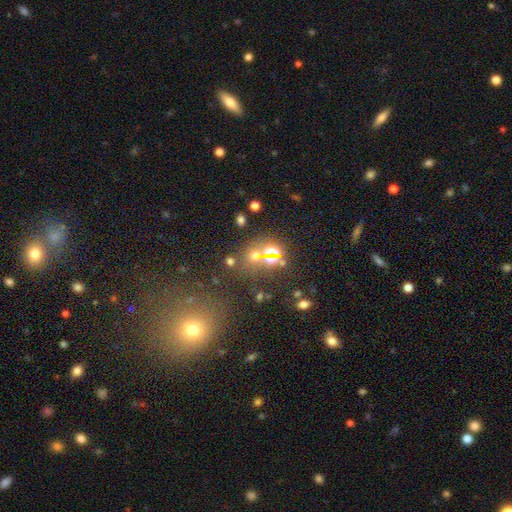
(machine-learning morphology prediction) Smooth or featured? Predicted: star or artifact (p=0.48).